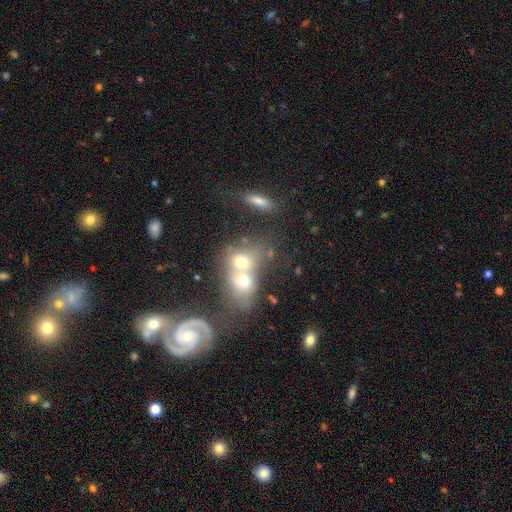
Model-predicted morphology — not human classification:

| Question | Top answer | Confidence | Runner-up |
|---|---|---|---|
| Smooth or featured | featured or disk | 47% | smooth (40%) |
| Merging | merger | 56% | none (27%) |